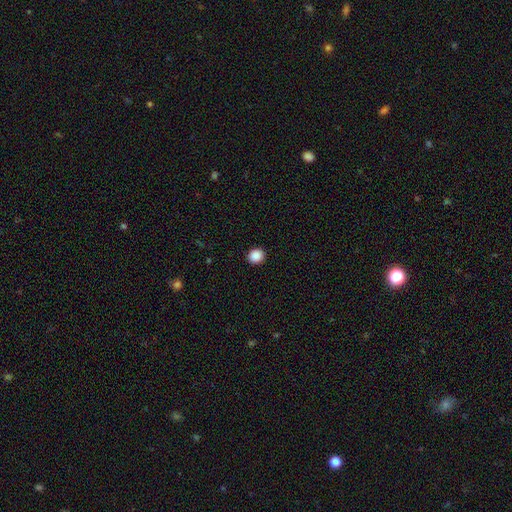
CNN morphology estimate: smooth_or_featured: smooth (p=0.89) [alt: star or artifact p=0.09]
how_rounded: round (p=0.86) [alt: in between p=0.14]
merging: none (p=0.93) [alt: minor disturbance p=0.05]